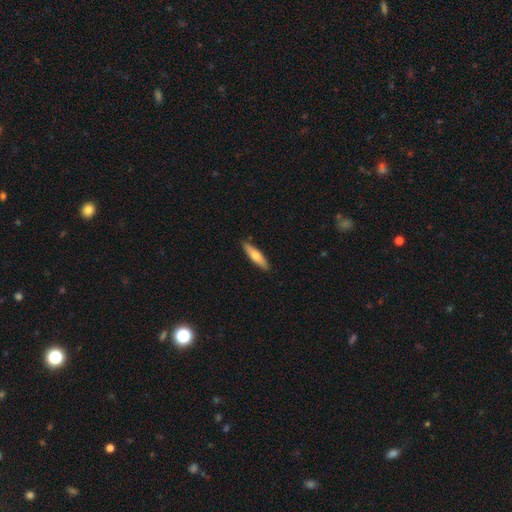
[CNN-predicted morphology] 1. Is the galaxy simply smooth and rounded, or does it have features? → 63% smooth, 31% featured or disk, 5% star or artifact.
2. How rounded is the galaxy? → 75% cigar-shaped, 24% in between, 2% round.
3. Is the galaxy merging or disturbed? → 89% none, 8% minor disturbance, 2% major disturbance, 1% merger.